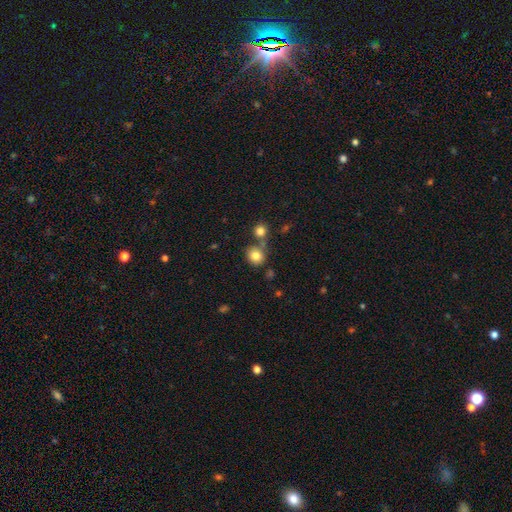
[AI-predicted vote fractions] smooth 81%, star or artifact 11%, featured or disk 8%. Down the decision tree: how rounded — round (81%); merging — none (64%).